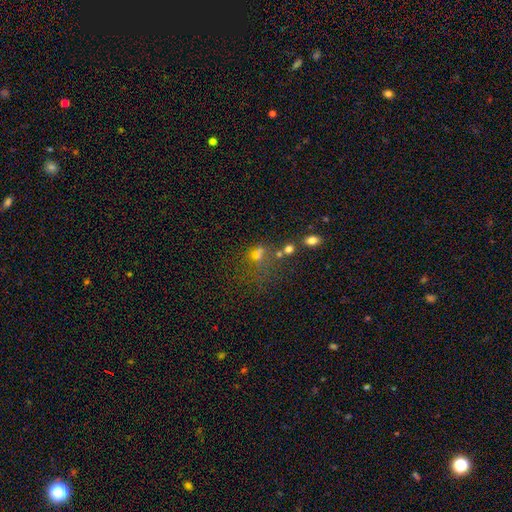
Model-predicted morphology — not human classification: Smooth or featured? Predicted: smooth (p=0.47). Merging? Predicted: none (p=0.40).